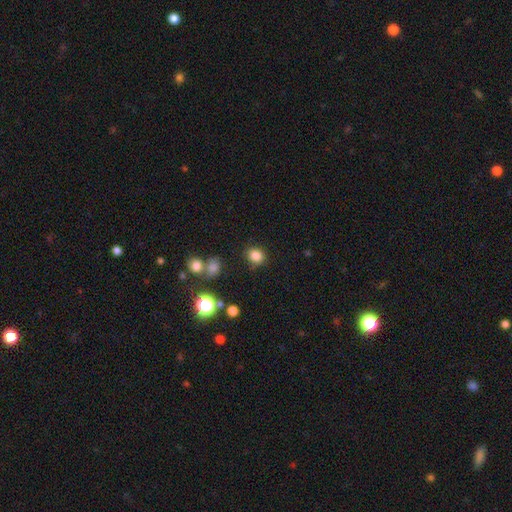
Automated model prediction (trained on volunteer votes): A smooth galaxy with no disk features (83%) that is round (73%).

Vote fractions:
- Smooth or featured? smooth: 83% / star or artifact: 13% / featured or disk: 5%
- How rounded? round: 73% / in between: 26% / cigar-shaped: 1%
- Merging? none: 82% / minor disturbance: 11% / merger: 4% / major disturbance: 3%